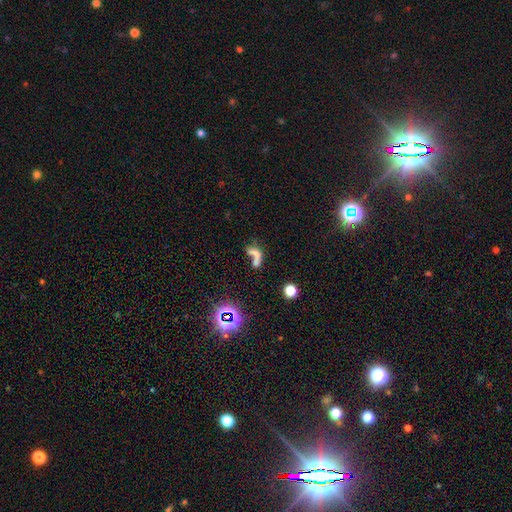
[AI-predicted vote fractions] A smooth galaxy with no disk features (46%). Merging: merger (47%).